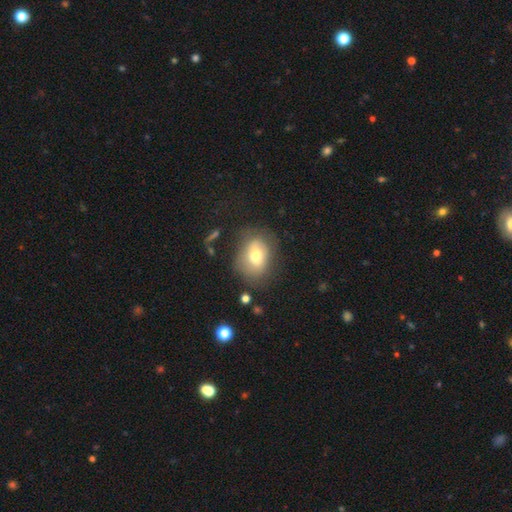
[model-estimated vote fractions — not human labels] Overall: smooth (68%). How rounded: in between (59%; round 40%). Merging: none (65%).